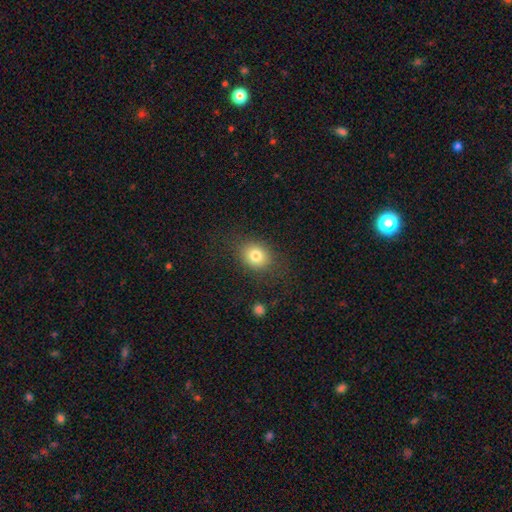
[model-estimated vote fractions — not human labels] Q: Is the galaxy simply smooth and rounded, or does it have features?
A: smooth — 80%.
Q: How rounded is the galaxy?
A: round — 55%.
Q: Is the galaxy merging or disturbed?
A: none — 79%.